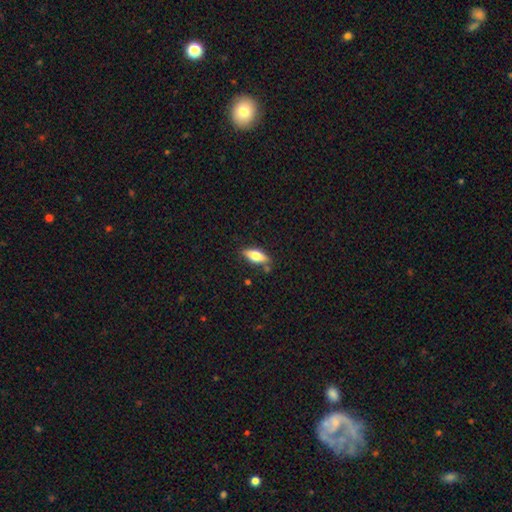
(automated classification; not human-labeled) Overall: smooth (71%). How rounded: in between (74%). Merging: none (78%).